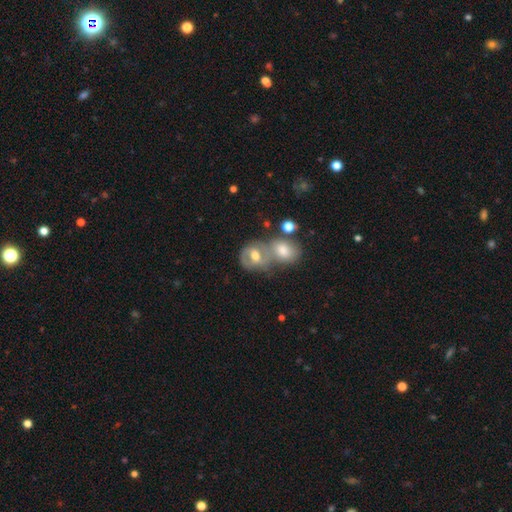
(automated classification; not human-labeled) A featured or disk galaxy (54%) with no bar (48%), spiral arms (69%) and a moderate central bulge (69%).

Vote fractions:
- Smooth or featured? featured or disk: 54% / smooth: 36% / star or artifact: 11%
- Edge-on disk? no: 96% / yes: 4%
- Bar? no: 48% / weak: 39% / strong: 13%
- Spiral arms? yes: 69% / no: 31%
- Bulge size? moderate: 69% / small: 13% / large: 13% / none: 3% / dominant: 2%
- Merging? merger: 57% / none: 28% / minor disturbance: 10% / major disturbance: 6%